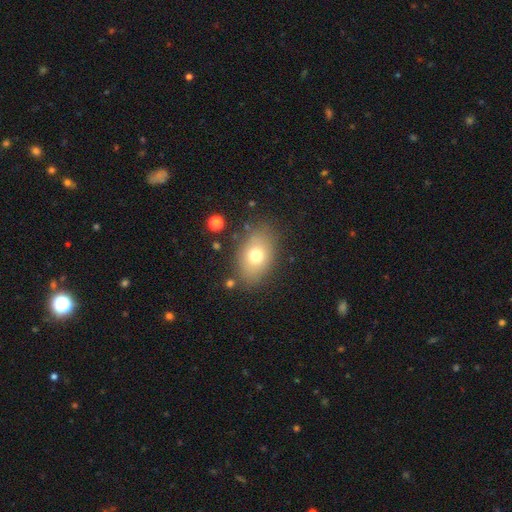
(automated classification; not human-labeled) Smooth or featured: smooth — 72% (featured or disk — 17%)
How rounded: in between — 81% (round — 18%)
Merging: none — 80% (minor disturbance — 13%)